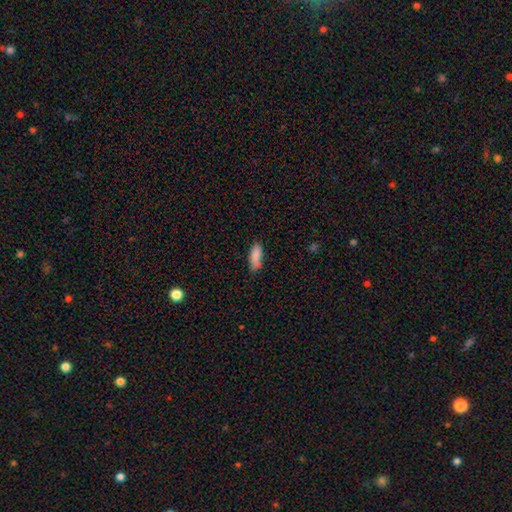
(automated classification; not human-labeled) Overall: smooth (87%). How rounded: in between (71%). Merging: none (71%).